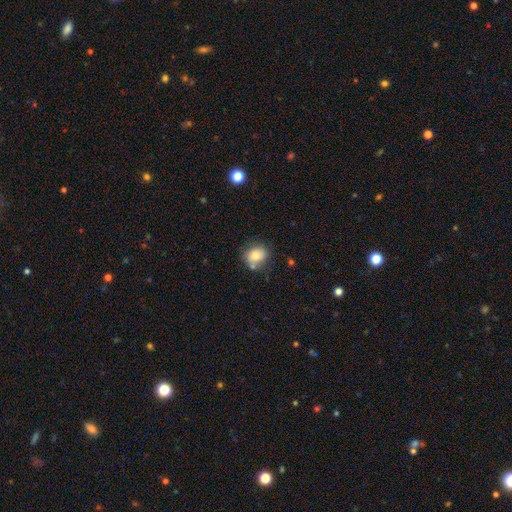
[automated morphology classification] This appears to be a smooth galaxy with no disk features (78%) that is round (56%). Merging: none (63%).